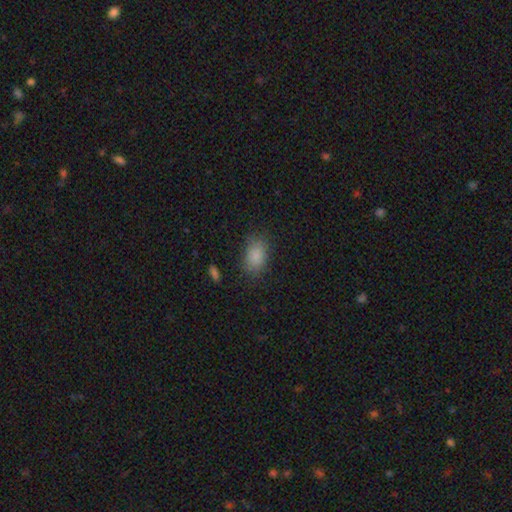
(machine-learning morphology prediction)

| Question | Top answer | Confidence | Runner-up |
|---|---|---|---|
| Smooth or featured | smooth | 86% | star or artifact (9%) |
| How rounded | in between | 85% | round (13%) |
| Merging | none | 80% | minor disturbance (14%) |